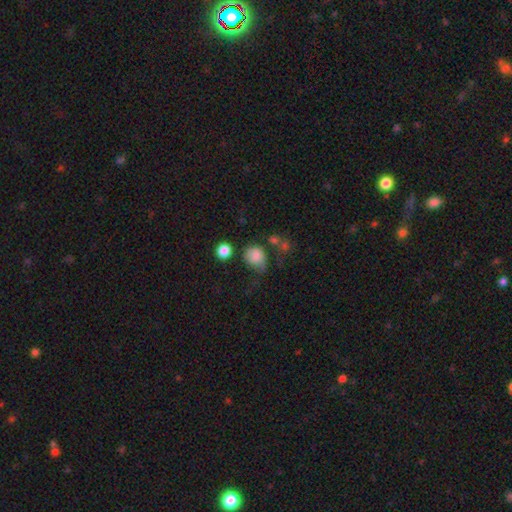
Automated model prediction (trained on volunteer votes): Smooth or featured? Predicted: smooth (p=0.79). How rounded? Predicted: round (p=0.67). Merging? Predicted: none (p=0.38).